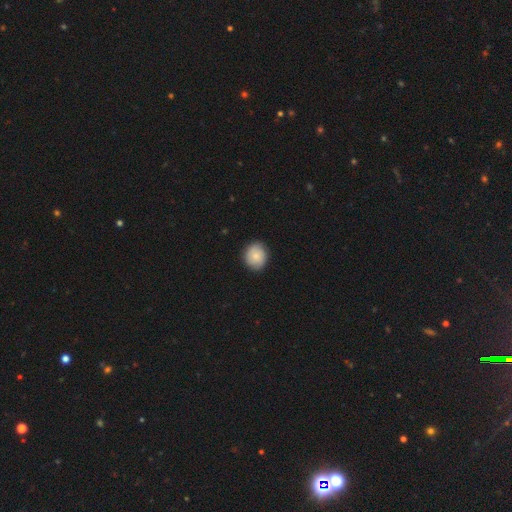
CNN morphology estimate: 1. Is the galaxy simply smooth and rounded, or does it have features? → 80% smooth, 13% featured or disk, 7% star or artifact.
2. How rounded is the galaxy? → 77% round, 22% in between, 1% cigar-shaped.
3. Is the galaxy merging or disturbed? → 86% none, 11% minor disturbance, 2% major disturbance, 1% merger.